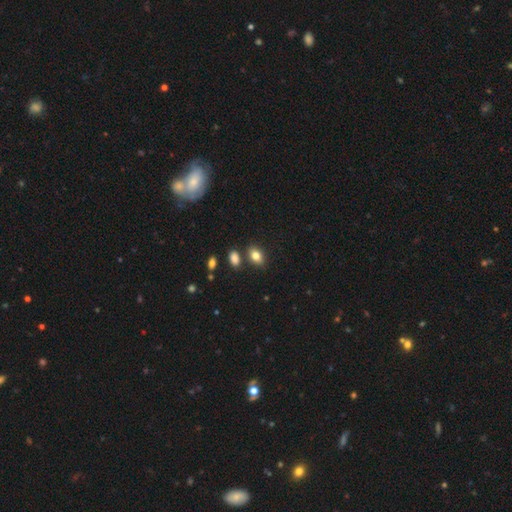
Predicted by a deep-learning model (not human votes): smooth 82%, star or artifact 9%, featured or disk 9%. Down the decision tree: how rounded — in between (84%); merging — none (76%).